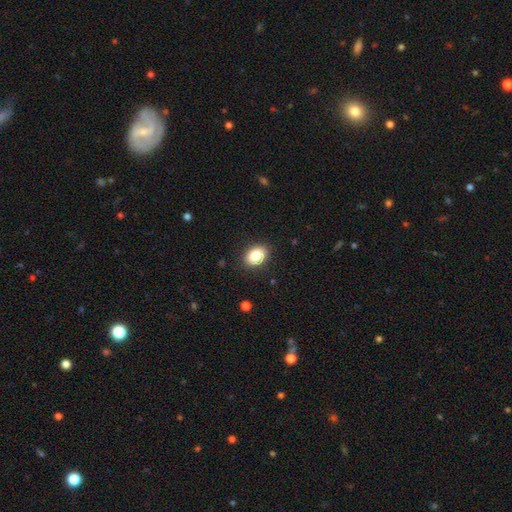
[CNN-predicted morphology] A smooth galaxy with no disk features (87%) that is in between round and cigar-shaped (78%). Merging: none (87%).